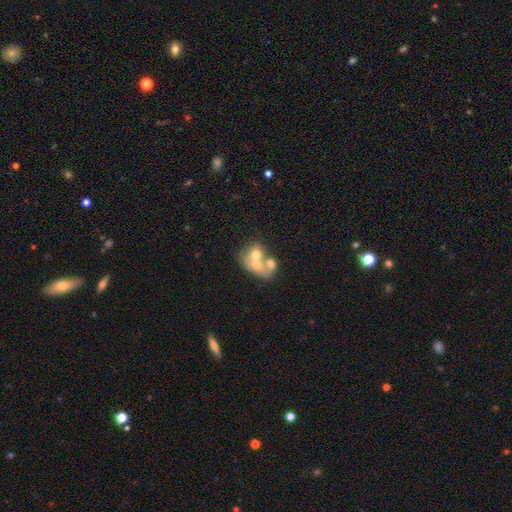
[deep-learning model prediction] Smooth or featured? smooth (53%)
How rounded? in between (53%)
Merging? merger (71%)